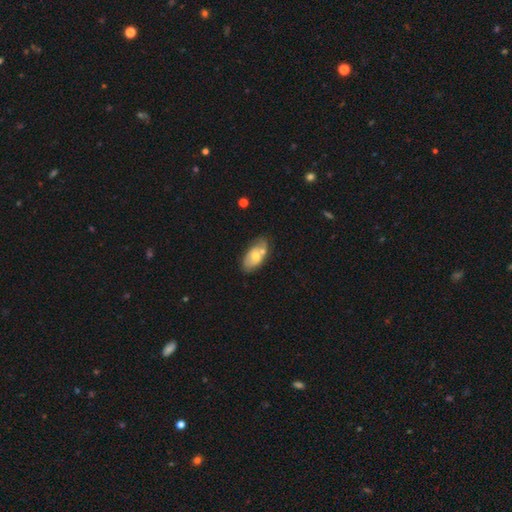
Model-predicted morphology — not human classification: This is possibly a smooth galaxy (51%). How rounded: clearly in between (92%). Merging: possibly none (54%).